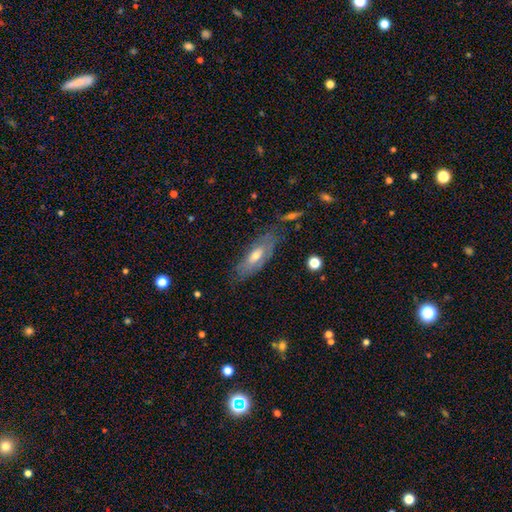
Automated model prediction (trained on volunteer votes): The model was most divided on "smooth or featured": featured or disk: 53%, smooth: 39%, star or artifact: 8%. More confident: merging — none (70%); edge-on disk — no (68%).